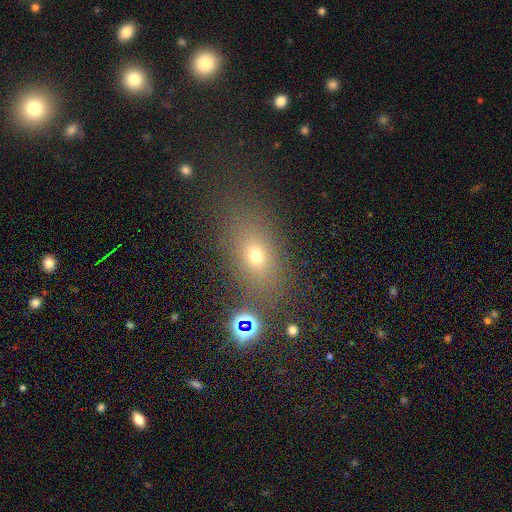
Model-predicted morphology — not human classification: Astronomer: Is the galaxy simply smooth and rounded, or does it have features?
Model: smooth — 57%.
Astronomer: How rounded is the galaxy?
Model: in between — 70%.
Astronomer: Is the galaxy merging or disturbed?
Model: none — 74%.